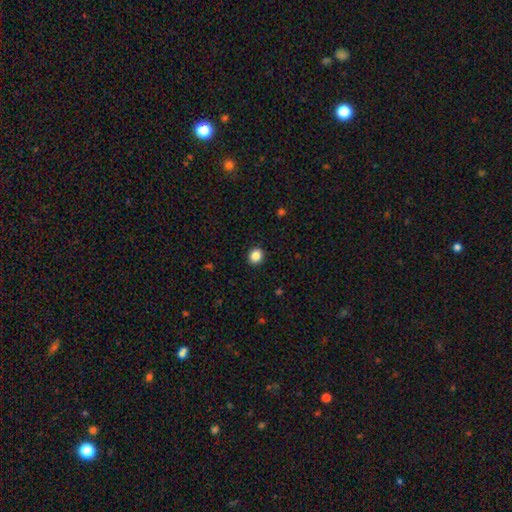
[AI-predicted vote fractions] This appears to be a smooth galaxy with no disk features (86%) that is round (86%). Merging: none (92%).